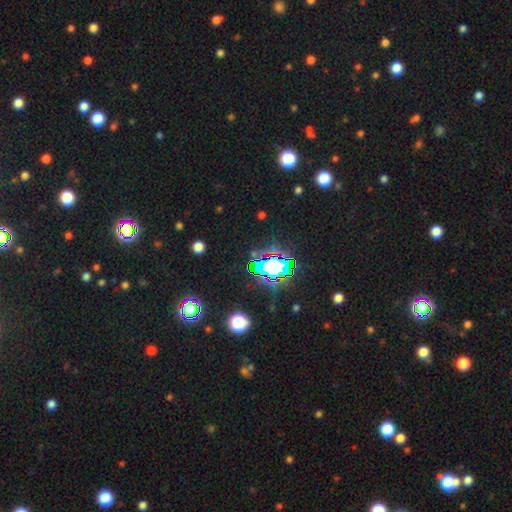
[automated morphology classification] A star or artifact, not a galaxy (72%).

Vote fractions:
- Smooth or featured? star or artifact: 72% / smooth: 17% / featured or disk: 11%